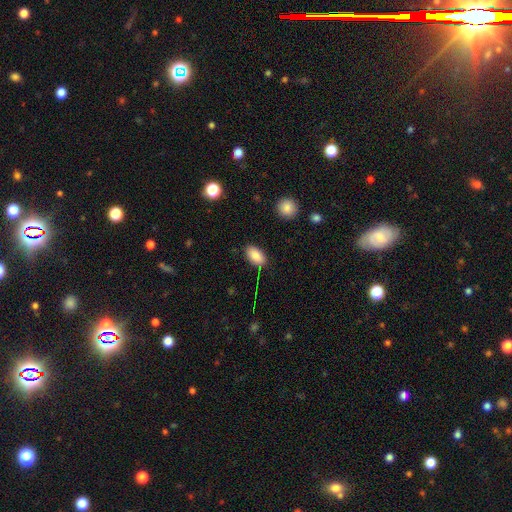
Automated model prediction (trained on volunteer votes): This appears to be a smooth galaxy with no disk features (84%) that is in between round and cigar-shaped (93%). Merging: none (83%).